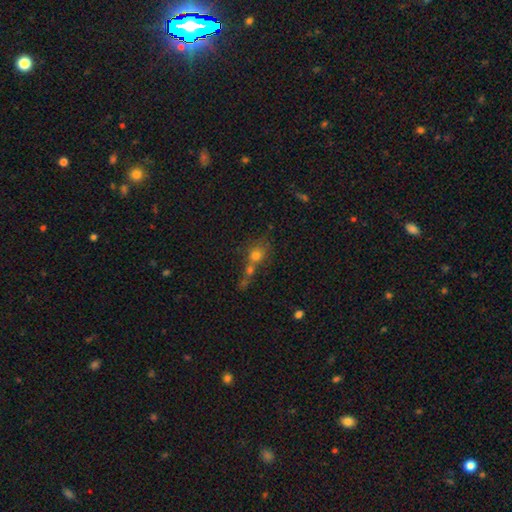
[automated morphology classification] Smooth or featured? smooth (68%)
How rounded? round (70%)
Merging? merger (63%)